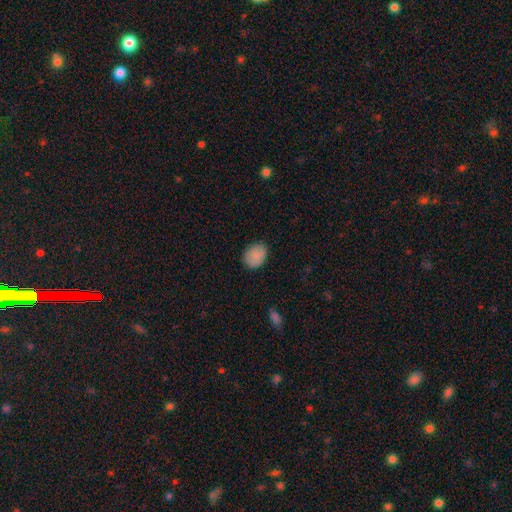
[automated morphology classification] smooth_or_featured: smooth (p=0.87) [alt: star or artifact p=0.08]
how_rounded: in between (p=0.54) [alt: round p=0.45]
merging: none (p=0.82) [alt: minor disturbance p=0.14]